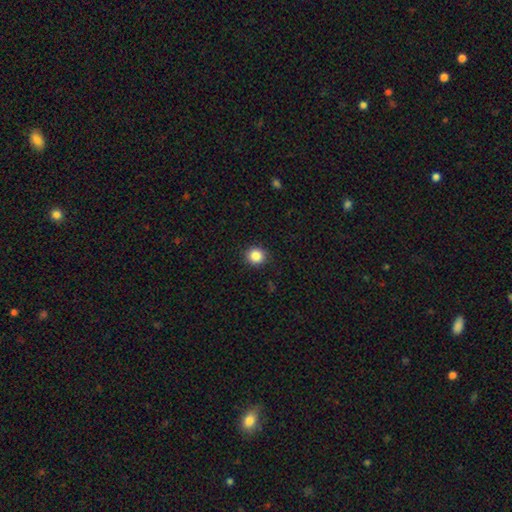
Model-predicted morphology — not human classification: Smooth or featured? Predicted: smooth (p=0.86). How rounded? Predicted: round (p=0.90). Merging? Predicted: none (p=0.91).